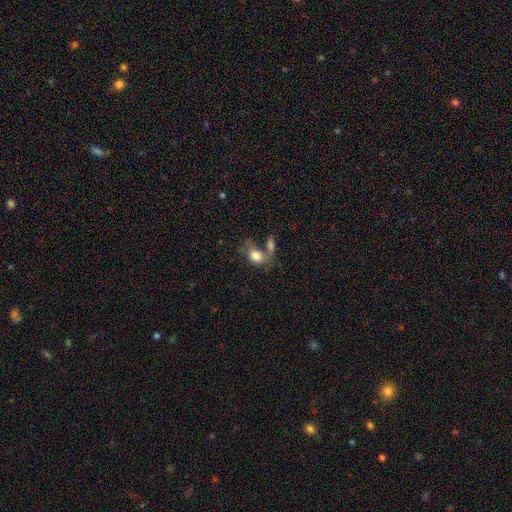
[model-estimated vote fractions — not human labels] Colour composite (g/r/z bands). It shows a smooth galaxy with no disk features (77%) that is in between round and cigar-shaped (65%). Merging: merger (41%).